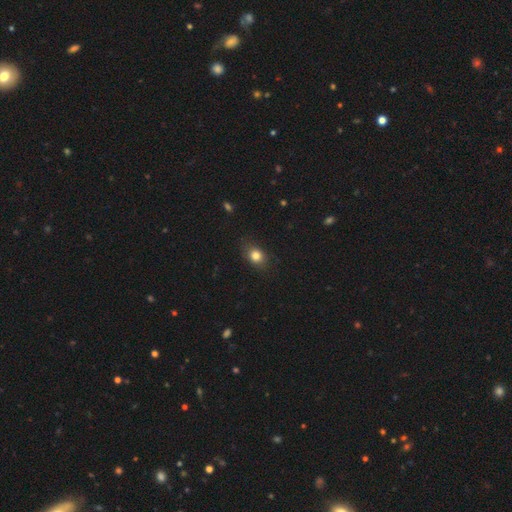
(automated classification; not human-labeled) Smooth or featured? Predicted: smooth (p=0.81). How rounded? Predicted: in between (p=0.55). Merging? Predicted: none (p=0.80).